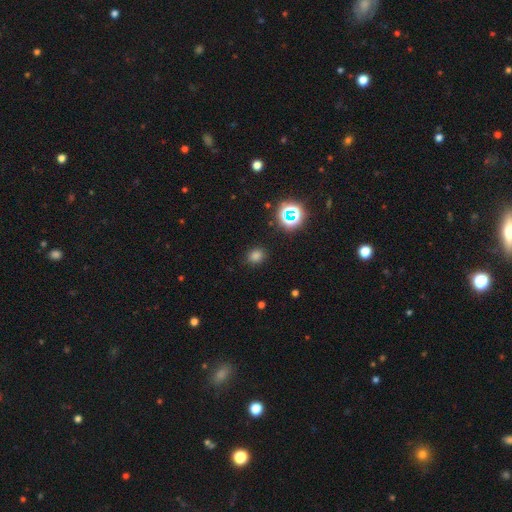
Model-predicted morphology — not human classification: Smooth or featured? smooth (75%)
How rounded? round (70%)
Merging? none (88%)